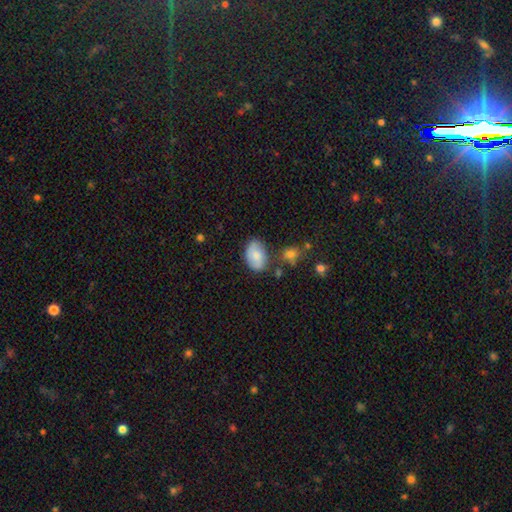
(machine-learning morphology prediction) Overall: smooth (76%). How rounded: in between (88%). Merging: none (65%).